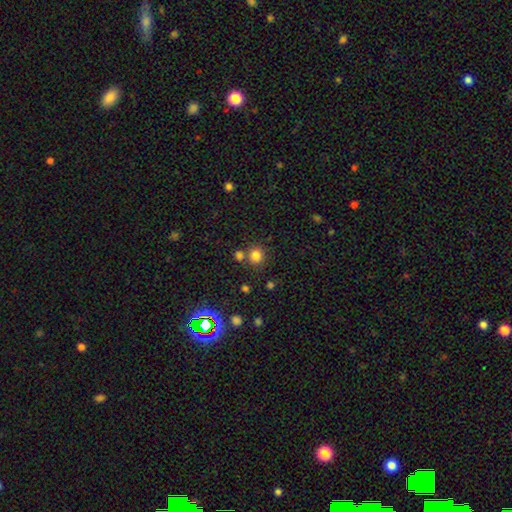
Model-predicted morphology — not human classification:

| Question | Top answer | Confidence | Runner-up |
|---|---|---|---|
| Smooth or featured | smooth | 80% | star or artifact (15%) |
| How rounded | round | 85% | in between (15%) |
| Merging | none | 69% | merger (18%) |